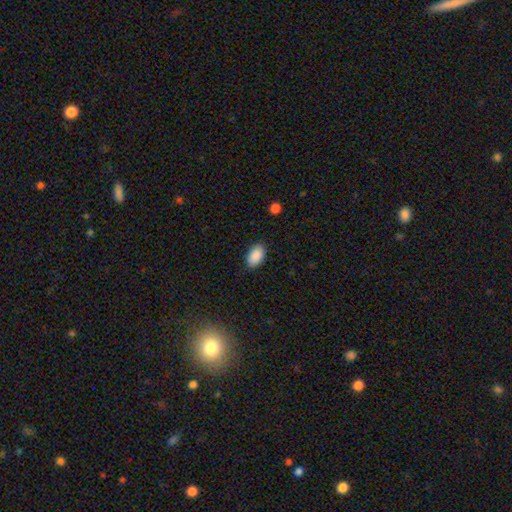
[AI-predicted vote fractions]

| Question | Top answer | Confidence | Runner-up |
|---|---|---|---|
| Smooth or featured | smooth | 90% | star or artifact (7%) |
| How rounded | in between | 93% | round (6%) |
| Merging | none | 87% | minor disturbance (10%) |